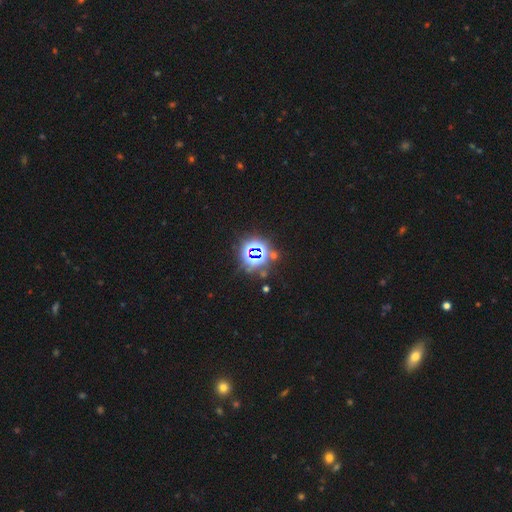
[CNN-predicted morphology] A star or artifact, not a galaxy (76%).